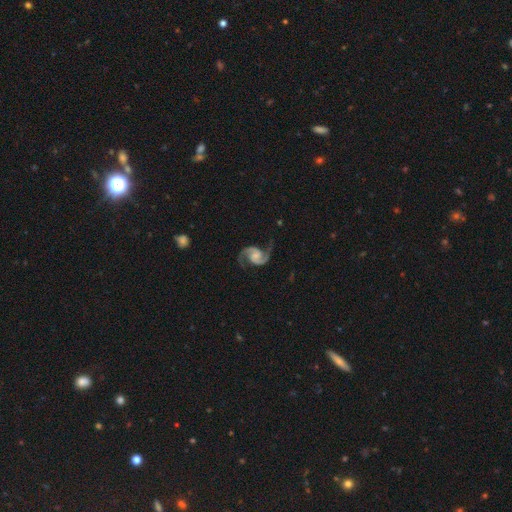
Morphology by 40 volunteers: Smooth or featured? 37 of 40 (92%) said featured or disk. Edge-on disk? 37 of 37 (100%) said no. Bar? 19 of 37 (51%) said no. Spiral arms? 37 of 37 (100%) said yes. Spiral winding? 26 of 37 (70%) said medium. Spiral arm count? 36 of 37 (97%) said 2. Bulge size? 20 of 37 (54%) said small. Merging? 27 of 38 (71%) said none.